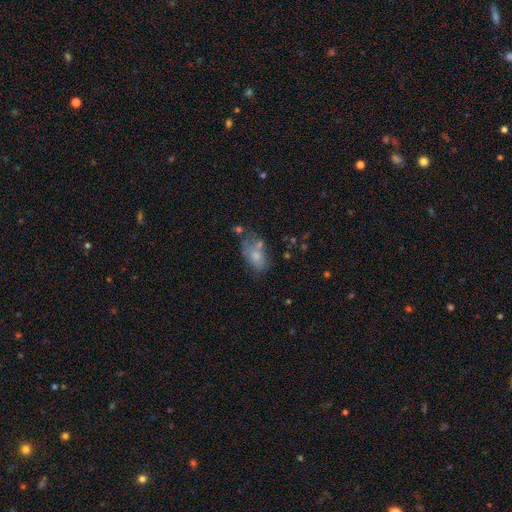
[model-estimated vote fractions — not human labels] A smooth galaxy with no disk features (64%) that is in between round and cigar-shaped (89%).

Vote fractions:
- Smooth or featured? smooth: 64% / featured or disk: 27% / star or artifact: 10%
- How rounded? in between: 89% / round: 9% / cigar-shaped: 3%
- Merging? none: 38% / minor disturbance: 25% / merger: 21% / major disturbance: 15%